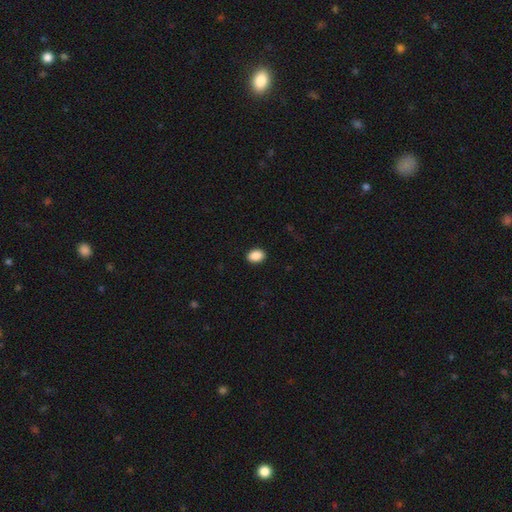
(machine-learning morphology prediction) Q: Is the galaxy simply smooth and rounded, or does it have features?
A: smooth — 90%.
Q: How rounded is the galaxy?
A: in between — 82%.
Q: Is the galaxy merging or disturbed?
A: none — 90%.